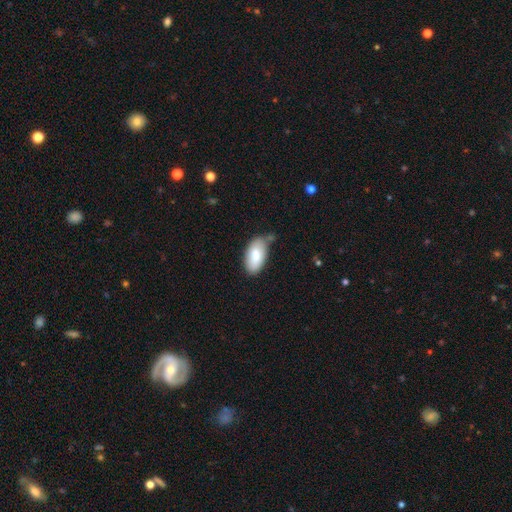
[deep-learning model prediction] Smooth or featured? smooth (81%)
How rounded? in between (95%)
Merging? none (58%)